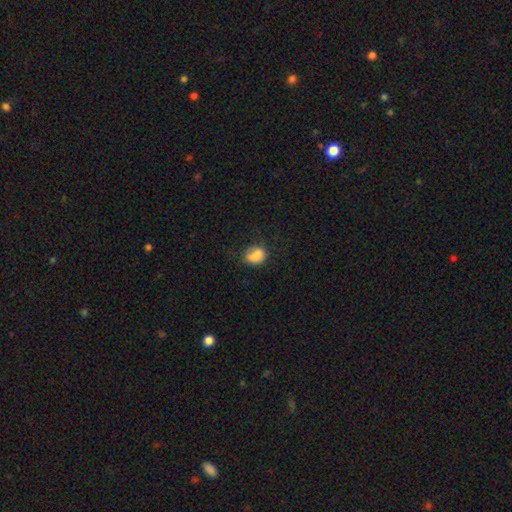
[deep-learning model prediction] This is likely a smooth galaxy (78%). How rounded: possibly in between (56%). Merging: possibly none (48%).